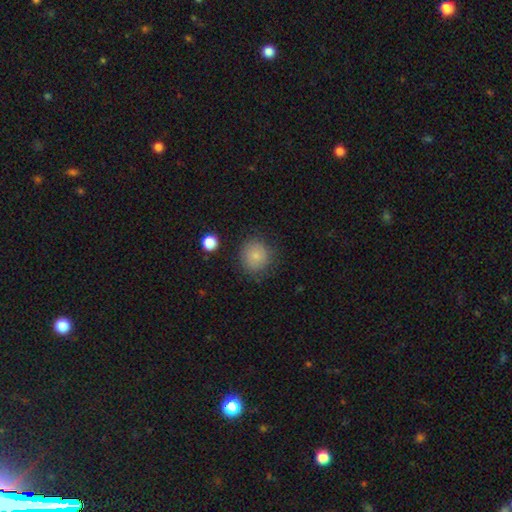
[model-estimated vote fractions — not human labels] Smooth or featured: smooth — 82% (star or artifact — 10%)
How rounded: round — 87% (in between — 13%)
Merging: none — 80% (minor disturbance — 14%)